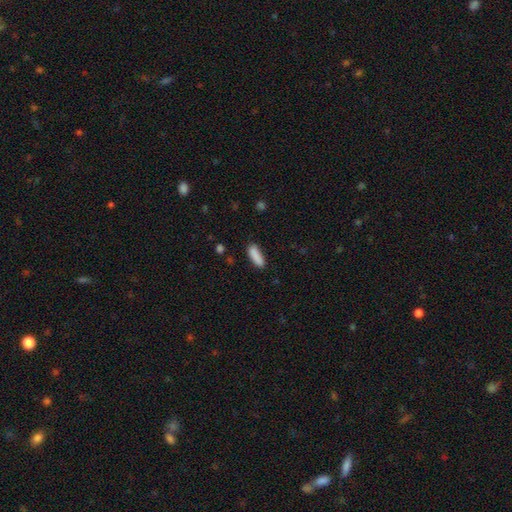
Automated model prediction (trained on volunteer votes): A smooth galaxy with no disk features (88%) that is in between round and cigar-shaped (52%).

Vote fractions:
- Smooth or featured? smooth: 88% / star or artifact: 7% / featured or disk: 5%
- How rounded? in between: 52% / cigar-shaped: 46% / round: 2%
- Merging? none: 81% / minor disturbance: 13% / major disturbance: 3% / merger: 2%